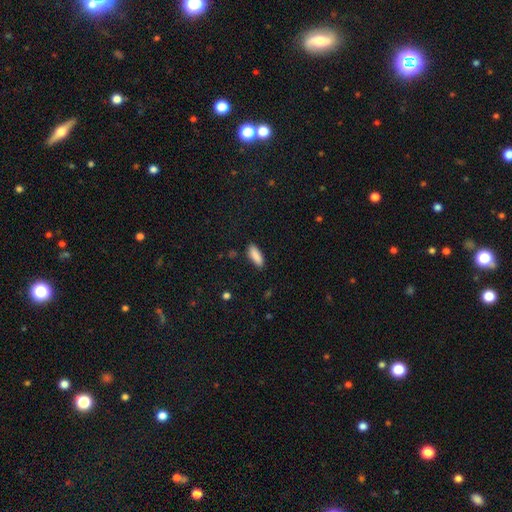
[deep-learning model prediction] This appears to be a smooth galaxy with no disk features (89%) that is in between round and cigar-shaped (65%). Merging: none (86%).